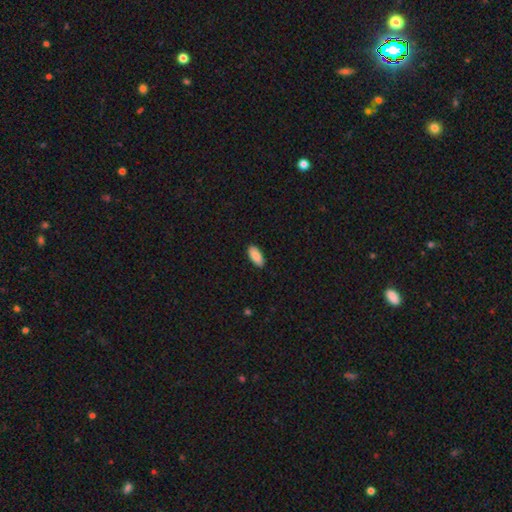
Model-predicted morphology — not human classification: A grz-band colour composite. It shows a smooth galaxy with no disk features (89%) that is in between round and cigar-shaped (89%). Merging: none (89%).